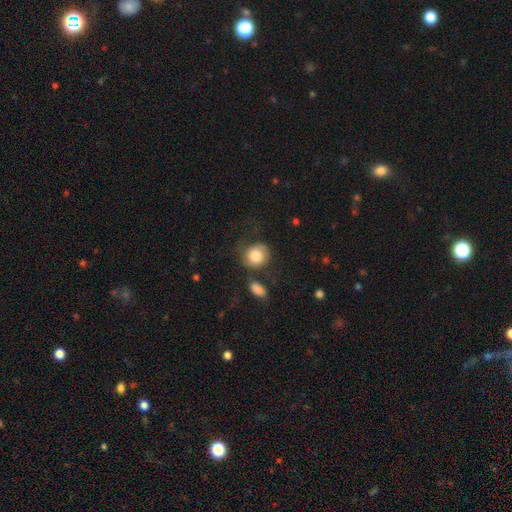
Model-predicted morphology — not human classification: Q: Smooth or featured?
A: smooth (78%); runner-up: featured or disk (15%)
Q: How rounded?
A: round (77%); runner-up: in between (22%)
Q: Merging?
A: none (53%); runner-up: minor disturbance (22%)